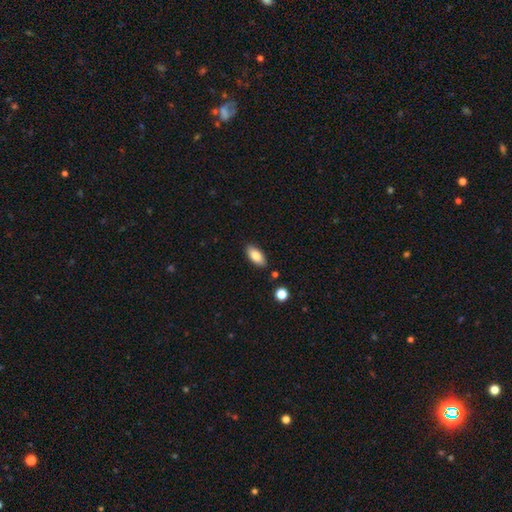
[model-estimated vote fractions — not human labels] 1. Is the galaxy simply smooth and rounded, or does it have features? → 84% smooth, 9% featured or disk, 7% star or artifact.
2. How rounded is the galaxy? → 89% in between, 8% cigar-shaped, 3% round.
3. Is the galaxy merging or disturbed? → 85% none, 10% minor disturbance, 3% merger, 2% major disturbance.